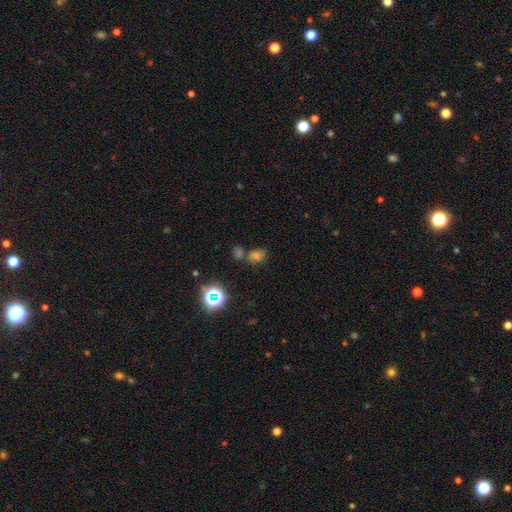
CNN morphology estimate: type=smooth (56%); roundness=in between (57%); merging=none (52%).